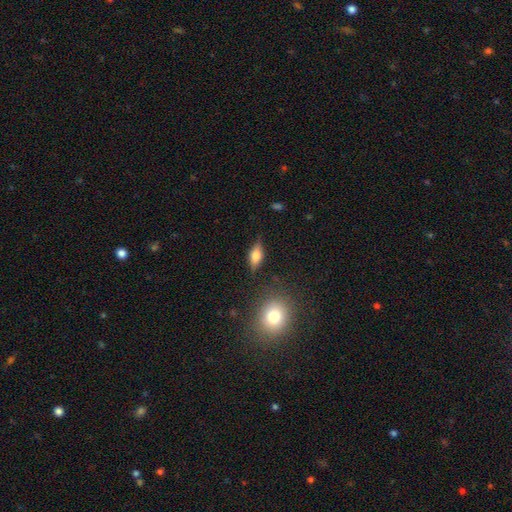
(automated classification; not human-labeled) A smooth galaxy with no disk features (59%) that is in between round and cigar-shaped (76%). Merging: none (75%).